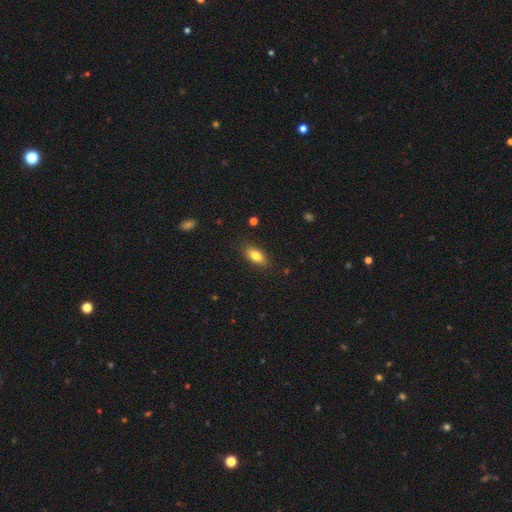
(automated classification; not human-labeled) The model was most divided on "smooth or featured": smooth: 81%, featured or disk: 11%, star or artifact: 8%. More confident: merging — none (85%); how rounded — in between (83%).